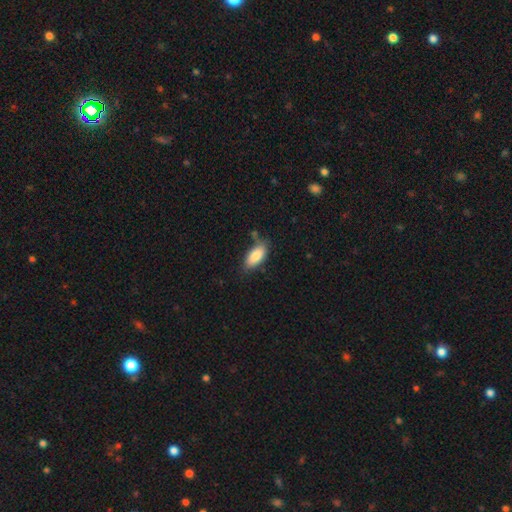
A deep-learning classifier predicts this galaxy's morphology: This appears to be a smooth galaxy with no disk features (84%) that is in between round and cigar-shaped (89%). Merging: none (66%).